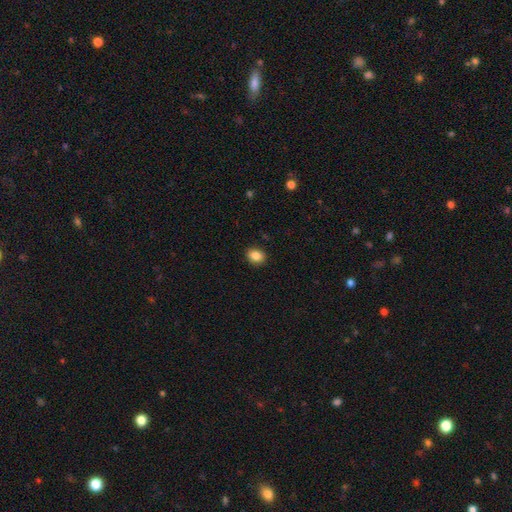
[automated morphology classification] Overall: smooth (86%). How rounded: round (52%; in between 47%). Merging: none (90%).